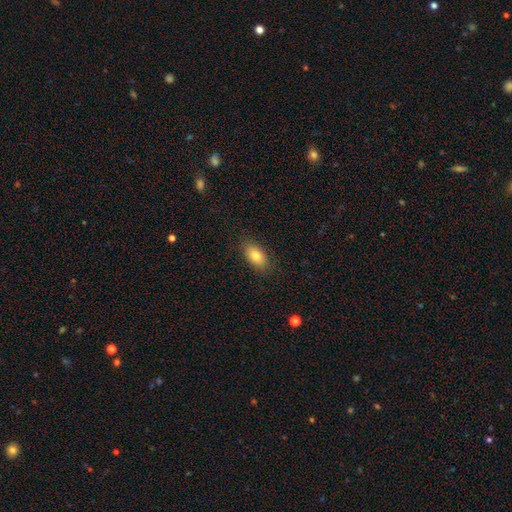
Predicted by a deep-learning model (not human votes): Smooth or featured? smooth (82%)
How rounded? in between (91%)
Merging? none (86%)